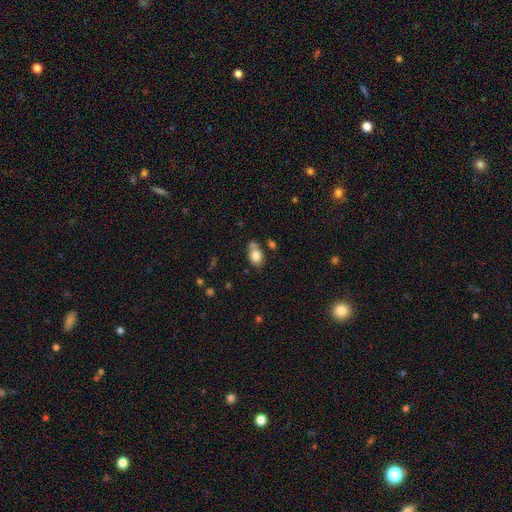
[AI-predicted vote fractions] smooth-or-featured: smooth: 80% | featured or disk: 11% | star or artifact: 9%
  how-rounded: in between: 69% | round: 29% | cigar-shaped: 2%
  merging: none: 51% | merger: 23% | minor disturbance: 19% | major disturbance: 6%